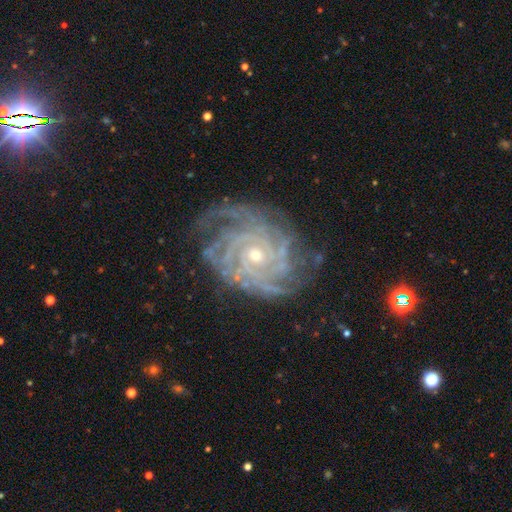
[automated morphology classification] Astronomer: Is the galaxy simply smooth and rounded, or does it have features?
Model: featured or disk — 90%.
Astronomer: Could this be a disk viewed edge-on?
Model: no — 97%.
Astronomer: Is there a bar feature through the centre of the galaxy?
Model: no — 76%.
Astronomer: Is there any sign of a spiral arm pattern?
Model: yes — 98%.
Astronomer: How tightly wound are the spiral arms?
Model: tight — 78%.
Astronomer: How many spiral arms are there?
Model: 4 — 24% (runner-up: more than 4, 21%).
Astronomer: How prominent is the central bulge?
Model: small — 70%.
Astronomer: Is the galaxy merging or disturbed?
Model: none — 71%.